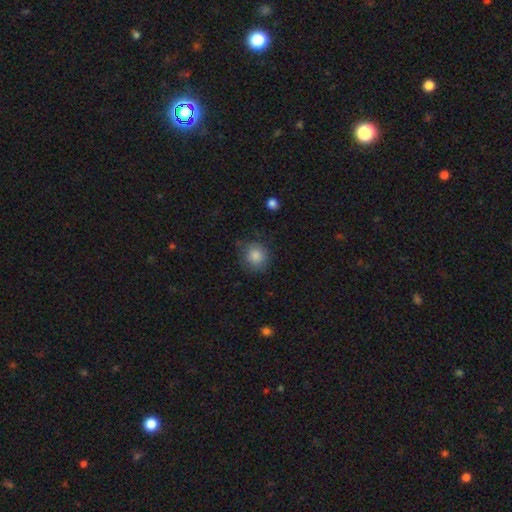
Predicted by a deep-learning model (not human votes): The model was most divided on "merging": none: 79%, minor disturbance: 15%, major disturbance: 4%, merger: 2%. More confident: how rounded — round (88%); smooth or featured — smooth (85%).